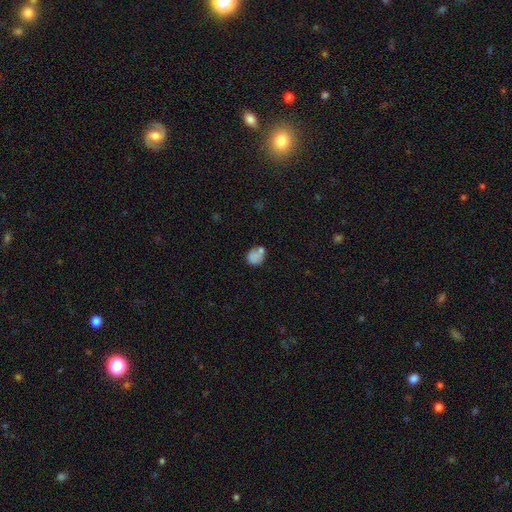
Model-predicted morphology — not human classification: A smooth galaxy with no disk features (79%) that is round (66%).

Vote fractions:
- Smooth or featured? smooth: 79% / featured or disk: 11% / star or artifact: 10%
- How rounded? round: 66% / in between: 33% / cigar-shaped: 1%
- Merging? none: 50% / merger: 24% / minor disturbance: 19% / major disturbance: 8%